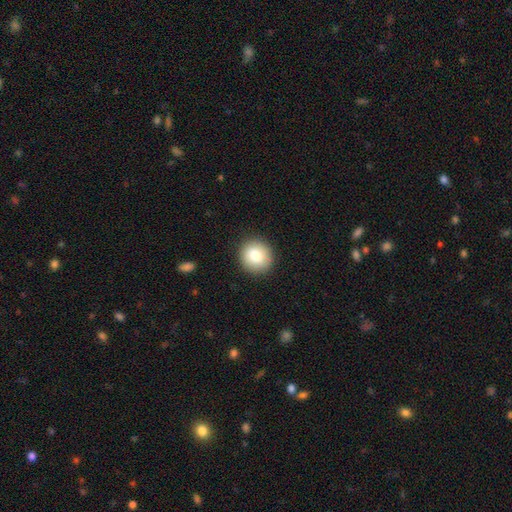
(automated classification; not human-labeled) A smooth galaxy with no disk features (82%) that is round (90%). Merging: none (91%).